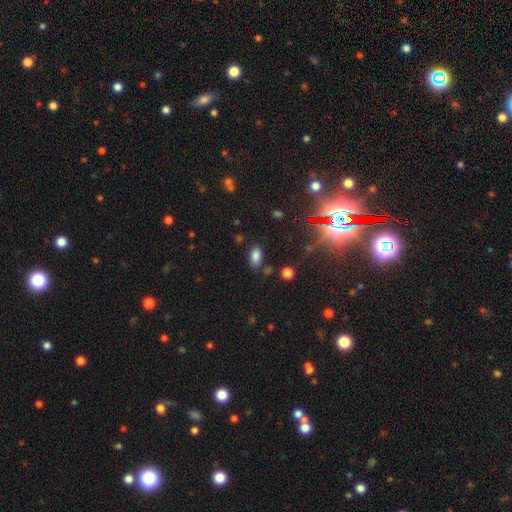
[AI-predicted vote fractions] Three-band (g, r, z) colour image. It shows a smooth galaxy with no disk features (80%) that is in between round and cigar-shaped (91%). Merging: none (78%).